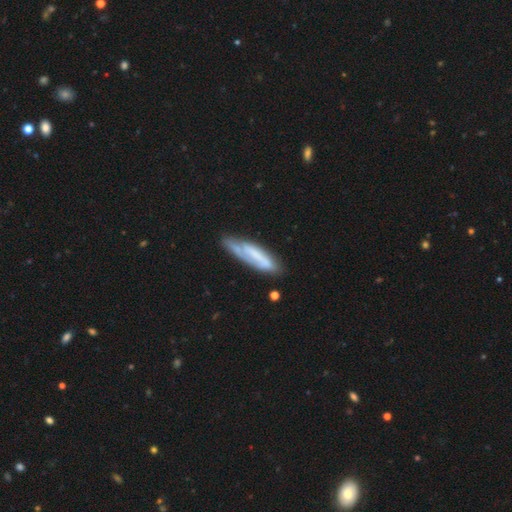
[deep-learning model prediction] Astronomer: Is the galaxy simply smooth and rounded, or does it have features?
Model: featured or disk — 51% (runner-up: smooth, 42%).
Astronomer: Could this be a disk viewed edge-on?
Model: no — 62% (runner-up: yes, 38%).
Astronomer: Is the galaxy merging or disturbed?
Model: none — 58%.